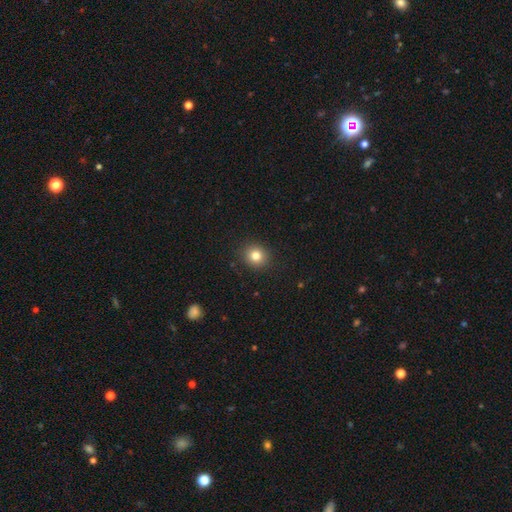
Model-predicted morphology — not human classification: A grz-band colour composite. It shows a smooth galaxy with no disk features (81%) that is round (83%). Merging: none (91%).